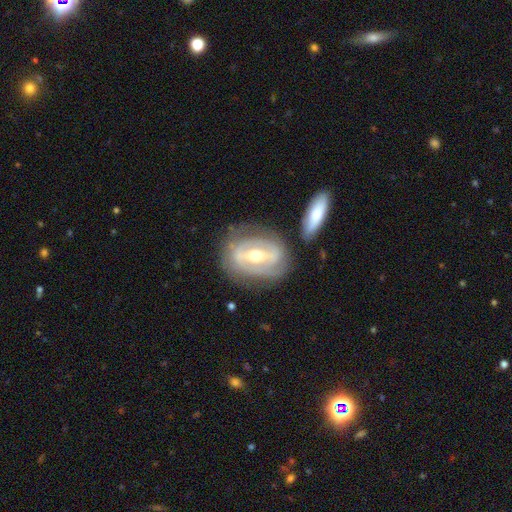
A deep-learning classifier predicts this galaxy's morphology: Smooth or featured?
  - featured or disk: 79% *
  - smooth: 16%
  - star or artifact: 5%
Edge-on disk?
  - no: 92% *
  - yes: 8%
Bar?
  - strong: 56% *
  - weak: 30%
  - no: 14%
Spiral arms?
  - yes: 67% *
  - no: 33%
Bulge size?
  - moderate: 70% *
  - small: 23%
  - large: 5%
  - dominant: 1%
  - none: 1%
Merging?
  - none: 70% *
  - minor disturbance: 16%
  - major disturbance: 7%
  - merger: 6%